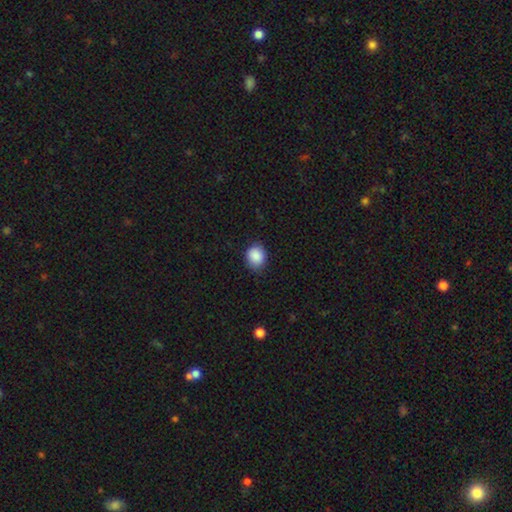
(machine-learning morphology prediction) Smooth or featured?
  - smooth: 88% *
  - star or artifact: 8%
  - featured or disk: 4%
How rounded?
  - round: 63% *
  - in between: 36%
  - cigar-shaped: 1%
Merging?
  - none: 81% *
  - minor disturbance: 15%
  - major disturbance: 3%
  - merger: 1%